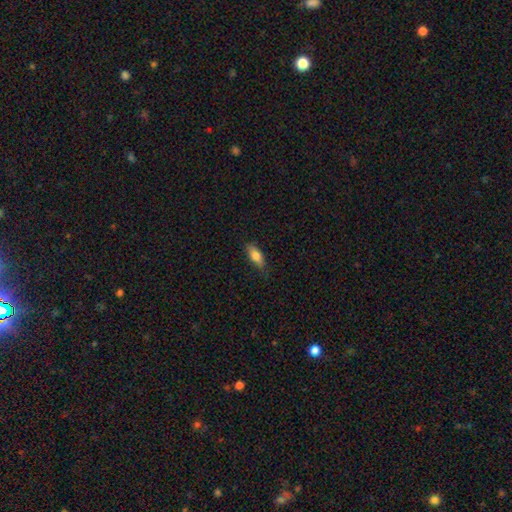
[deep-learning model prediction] Smooth or featured? smooth (75%)
How rounded? in between (72%)
Merging? none (80%)